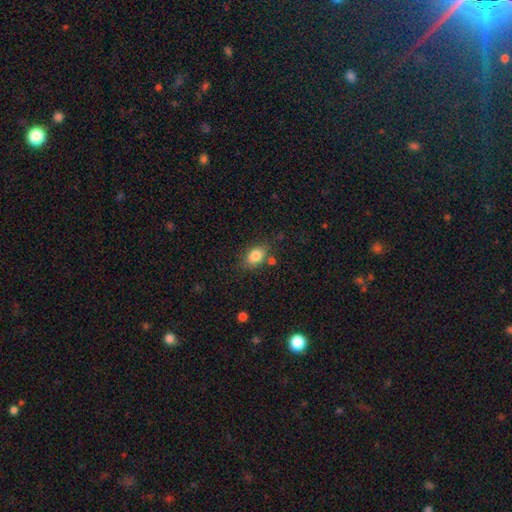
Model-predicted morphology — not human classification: type=smooth (83%); roundness=in between (74%); merging=none (73%).